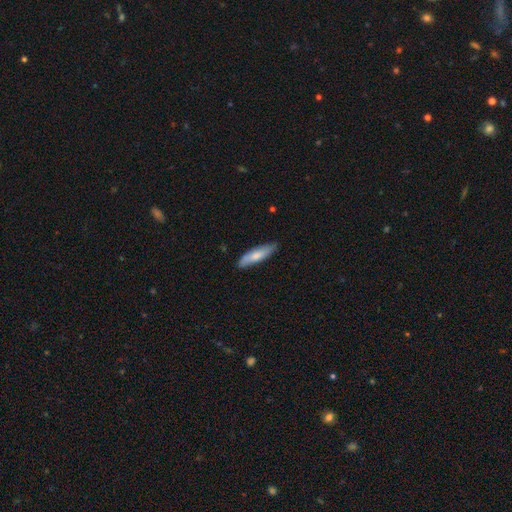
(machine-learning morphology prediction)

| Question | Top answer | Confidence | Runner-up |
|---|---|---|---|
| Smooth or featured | smooth | 73% | featured or disk (22%) |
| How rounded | cigar-shaped | 63% | in between (36%) |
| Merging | none | 81% | minor disturbance (16%) |